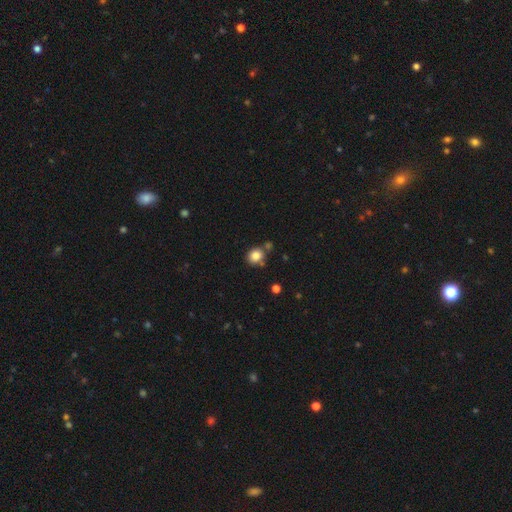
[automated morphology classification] smooth_or_featured: smooth (p=0.83) [alt: star or artifact p=0.11]
how_rounded: round (p=0.77) [alt: in between p=0.22]
merging: none (p=0.73) [alt: minor disturbance p=0.12]